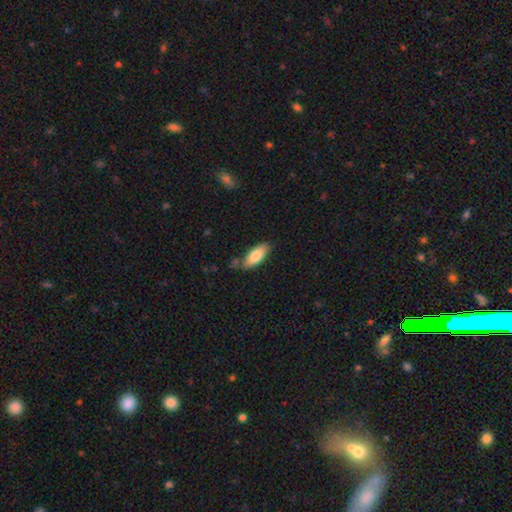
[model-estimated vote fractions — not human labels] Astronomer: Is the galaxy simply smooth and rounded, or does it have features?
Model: smooth — 82%.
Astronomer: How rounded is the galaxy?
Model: in between — 79%.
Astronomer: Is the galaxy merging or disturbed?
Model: none — 73%.